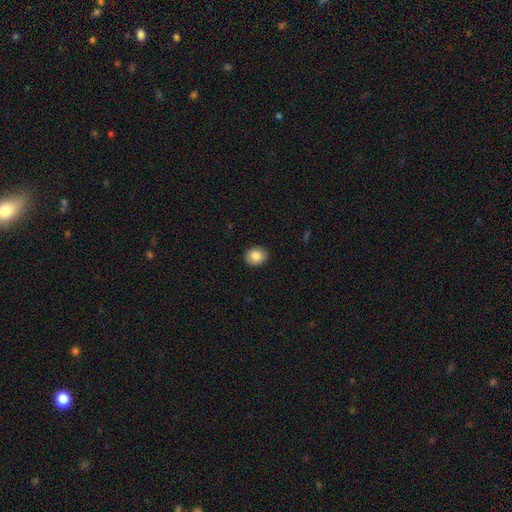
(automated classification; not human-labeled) This appears to be a smooth galaxy with no disk features (84%) that is round (69%). Merging: none (91%).